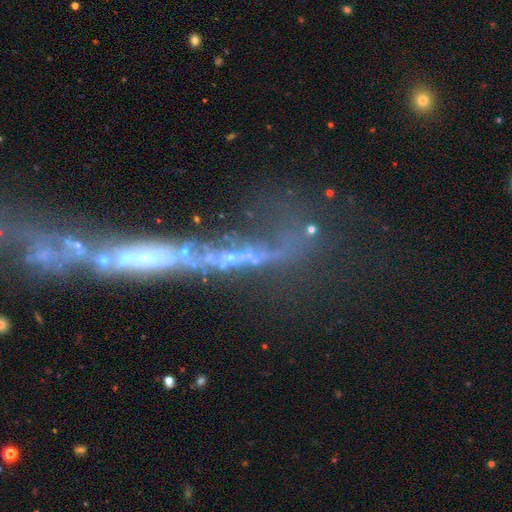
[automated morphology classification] This is possibly a featured or disk galaxy (56%). It is likely not viewed edge-on (70%). Merging: marginally major disturbance (31%).